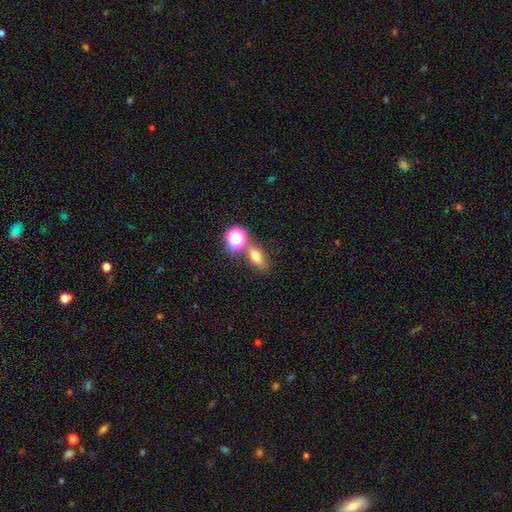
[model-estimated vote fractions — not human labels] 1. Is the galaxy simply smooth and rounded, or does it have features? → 67% smooth, 20% star or artifact, 13% featured or disk.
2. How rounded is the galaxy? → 68% in between, 25% round, 7% cigar-shaped.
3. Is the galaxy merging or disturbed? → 61% none, 20% merger, 13% minor disturbance, 5% major disturbance.